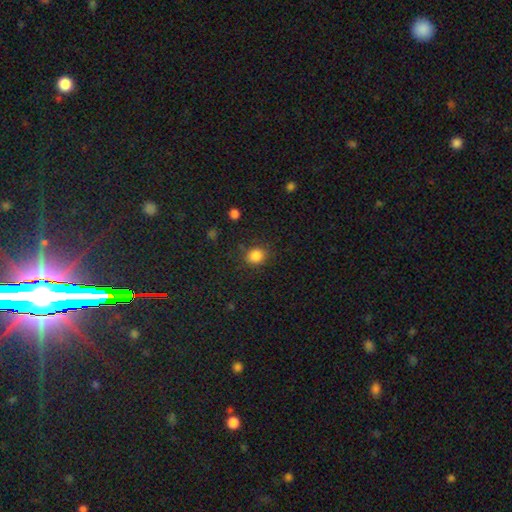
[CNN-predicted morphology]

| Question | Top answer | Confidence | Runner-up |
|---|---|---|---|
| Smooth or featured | smooth | 85% | star or artifact (11%) |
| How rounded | round | 74% | in between (25%) |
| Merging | none | 82% | minor disturbance (11%) |